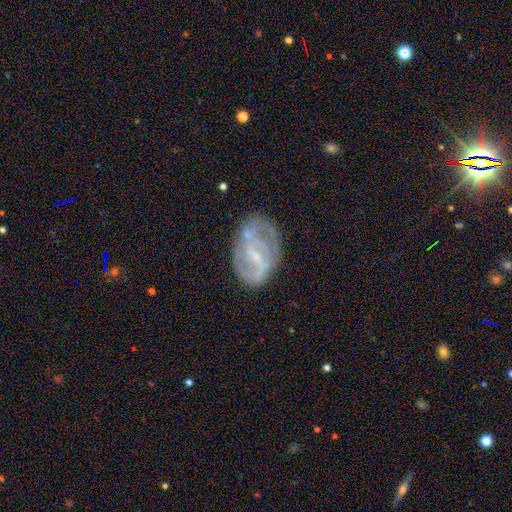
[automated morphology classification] Overall: featured or disk (74%). Edge-on disk: no (96%). Bar: weak (47%; strong 31%). Spiral arms: yes (74%). Spiral arm count: 2 (53%; can't tell 29%). Spiral winding: medium (40%; tight 39%). Bulge size: small (61%). Merging: none (61%; minor disturbance 23%).